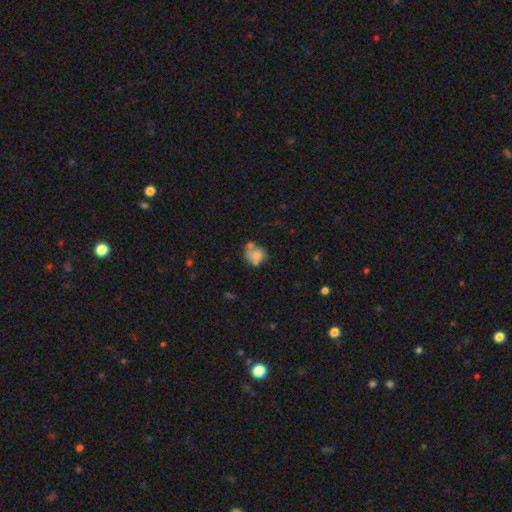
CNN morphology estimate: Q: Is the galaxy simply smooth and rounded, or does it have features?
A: smooth — 71%.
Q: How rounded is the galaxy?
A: round — 60%.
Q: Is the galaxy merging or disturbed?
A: none — 38%.